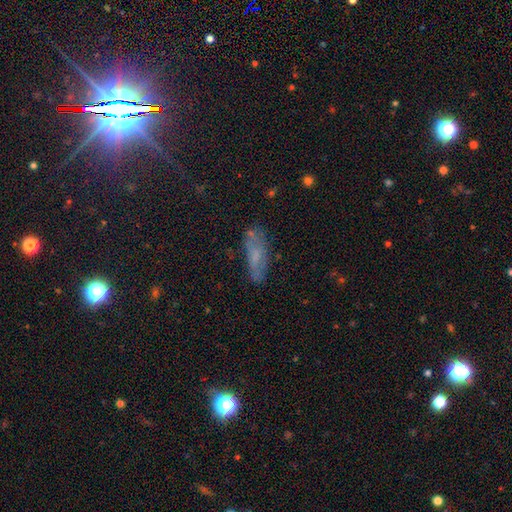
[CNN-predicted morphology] Smooth or featured? smooth (56%)
How rounded? in between (54%)
Merging? none (65%)